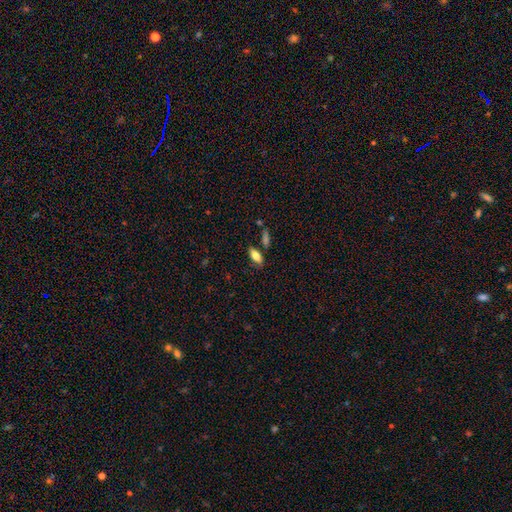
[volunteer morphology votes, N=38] Smooth or featured?
  - smooth: 76% *
  - featured or disk: 16%
  - star or artifact: 8%
How rounded?
  - in between: 79% *
  - cigar-shaped: 17%
  - round: 3%
Merging?
  - none: 83% *
  - minor disturbance: 9%
  - major disturbance: 6%
  - merger: 3%